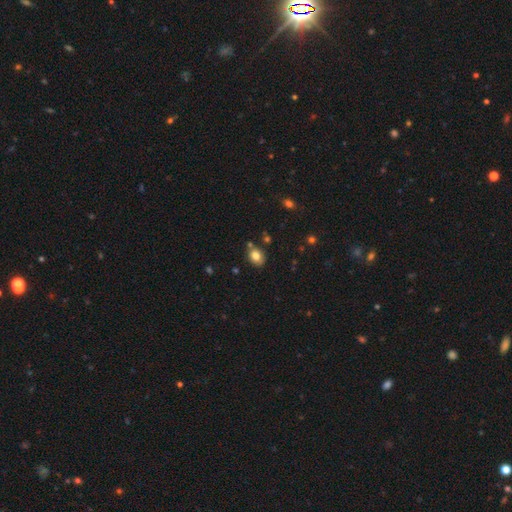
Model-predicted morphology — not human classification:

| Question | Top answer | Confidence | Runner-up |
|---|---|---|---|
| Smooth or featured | smooth | 80% | star or artifact (10%) |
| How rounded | in between | 59% | round (40%) |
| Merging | none | 73% | minor disturbance (15%) |